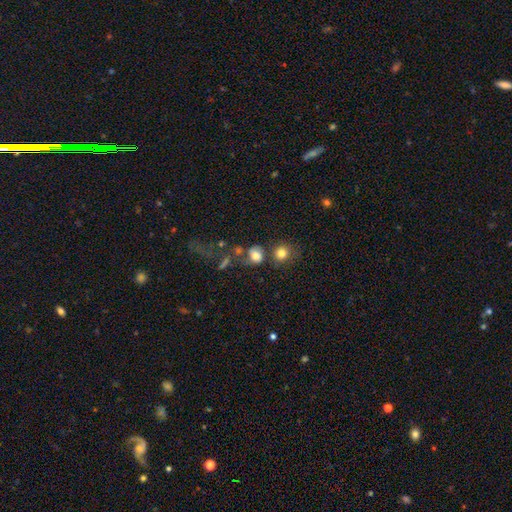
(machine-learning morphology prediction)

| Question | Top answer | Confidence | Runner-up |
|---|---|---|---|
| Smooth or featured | smooth | 75% | featured or disk (14%) |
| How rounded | round | 68% | in between (30%) |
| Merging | none | 46% | merger (26%) |